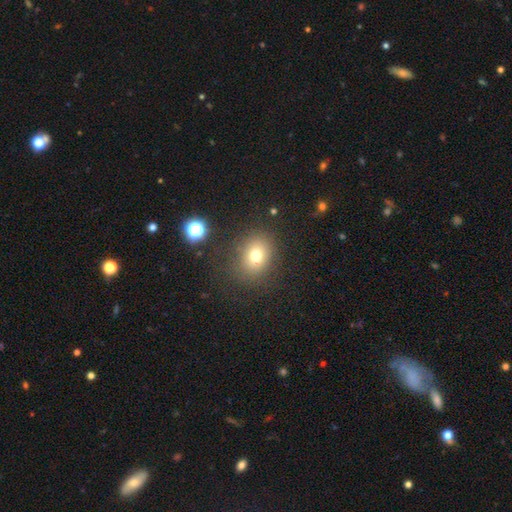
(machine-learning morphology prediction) Smooth or featured: smooth — 73% (star or artifact — 15%)
How rounded: round — 50% (in between — 49%)
Merging: none — 79% (minor disturbance — 13%)